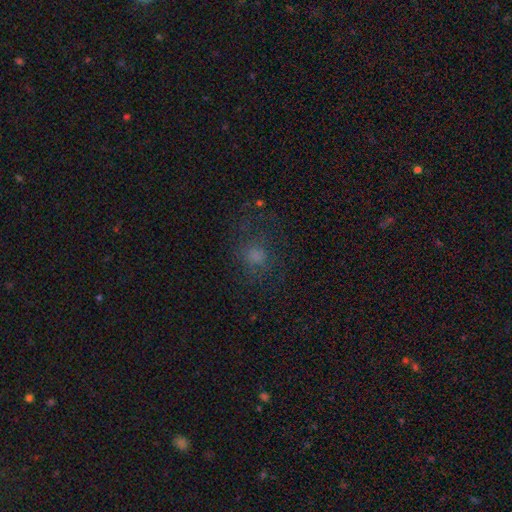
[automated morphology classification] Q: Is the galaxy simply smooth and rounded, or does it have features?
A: smooth — 62%.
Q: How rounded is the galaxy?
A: round — 77%.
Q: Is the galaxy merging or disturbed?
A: none — 63%.